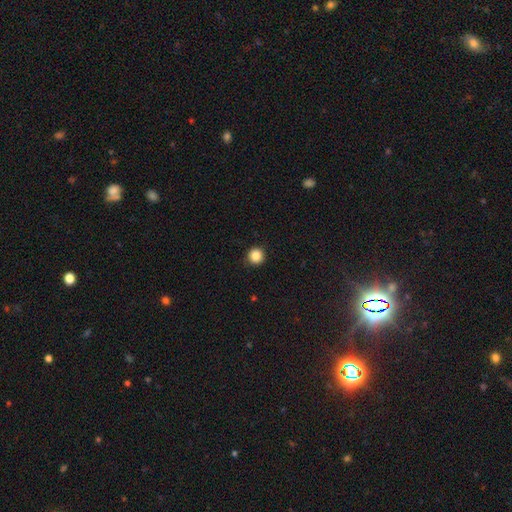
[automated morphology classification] smooth-or-featured: smooth: 86% | star or artifact: 10% | featured or disk: 4%
  how-rounded: round: 95% | in between: 4% | cigar-shaped: 1%
  merging: none: 91% | minor disturbance: 6% | major disturbance: 2% | merger: 1%